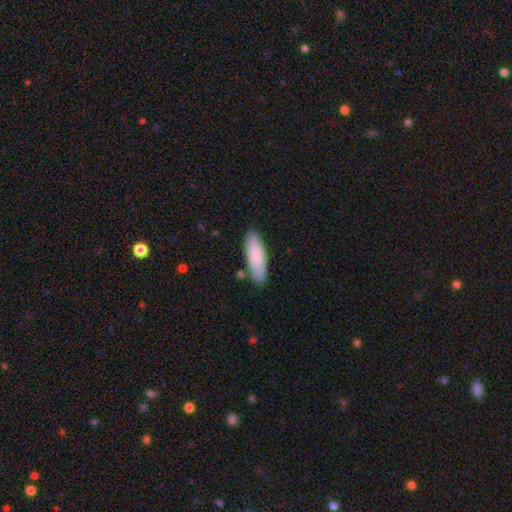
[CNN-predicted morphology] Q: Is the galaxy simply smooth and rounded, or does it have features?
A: smooth — 85%.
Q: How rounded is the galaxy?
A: in between — 54%.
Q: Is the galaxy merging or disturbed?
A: none — 85%.